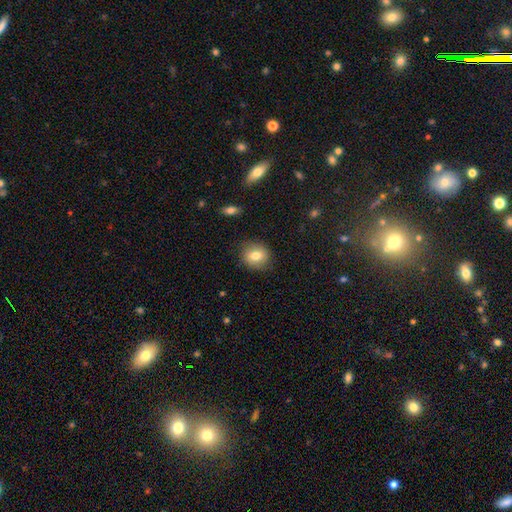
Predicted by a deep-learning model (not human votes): Smooth or featured: smooth — 77% (featured or disk — 13%)
How rounded: round — 75% (in between — 24%)
Merging: none — 86% (minor disturbance — 10%)